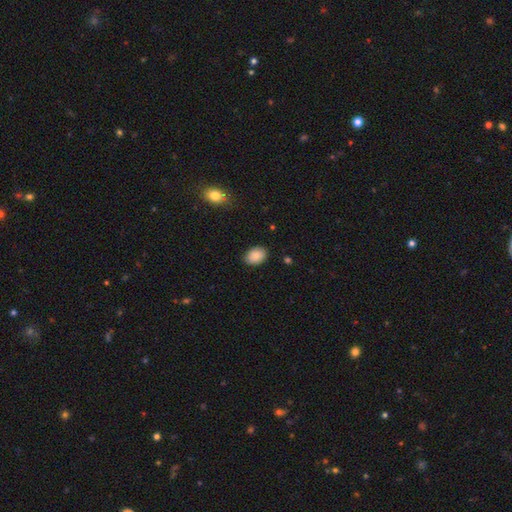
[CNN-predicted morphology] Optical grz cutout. It shows a smooth galaxy with no disk features (86%) that is in between round and cigar-shaped (76%). Merging: none (87%).